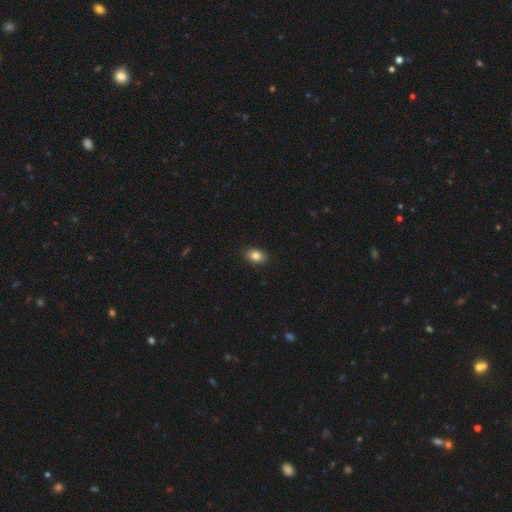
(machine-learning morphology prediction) Smooth or featured? Predicted: smooth (p=0.85). How rounded? Predicted: in between (p=0.80). Merging? Predicted: none (p=0.89).